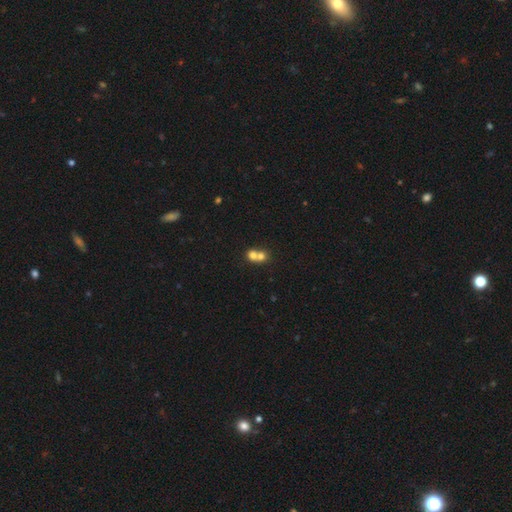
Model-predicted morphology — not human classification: Q: Smooth or featured?
A: smooth (72%); runner-up: featured or disk (16%)
Q: How rounded?
A: round (76%); runner-up: in between (23%)
Q: Merging?
A: merger (69%); runner-up: none (25%)